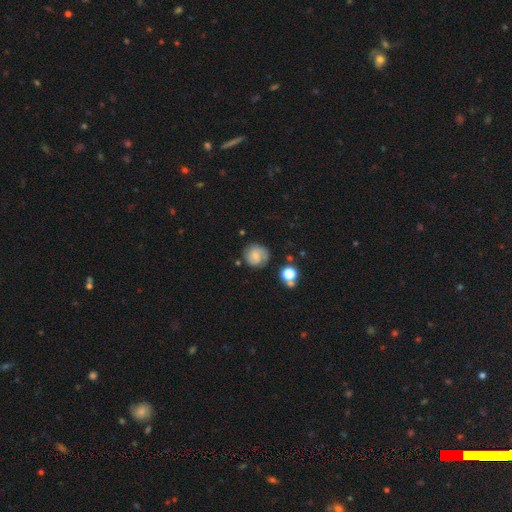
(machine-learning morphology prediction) Overall: smooth (51%; featured or disk 39%). How rounded: round (89%). Merging: none (73%).